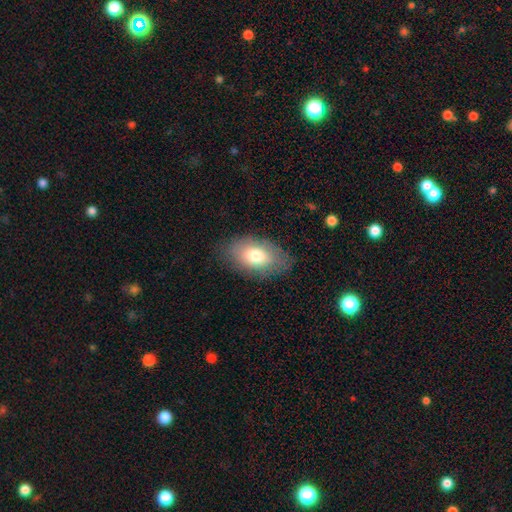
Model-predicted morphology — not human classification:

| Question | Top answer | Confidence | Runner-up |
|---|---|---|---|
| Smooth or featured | smooth | 76% | featured or disk (17%) |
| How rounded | in between | 91% | round (7%) |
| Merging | none | 79% | minor disturbance (15%) |